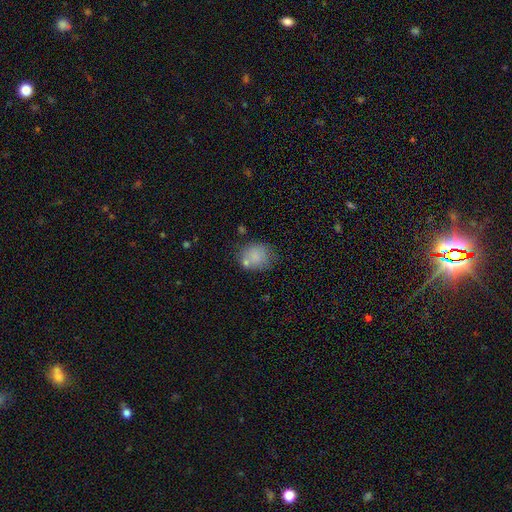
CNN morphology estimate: This appears to be a smooth galaxy with no disk features (79%) that is round (68%). Merging: none (57%).